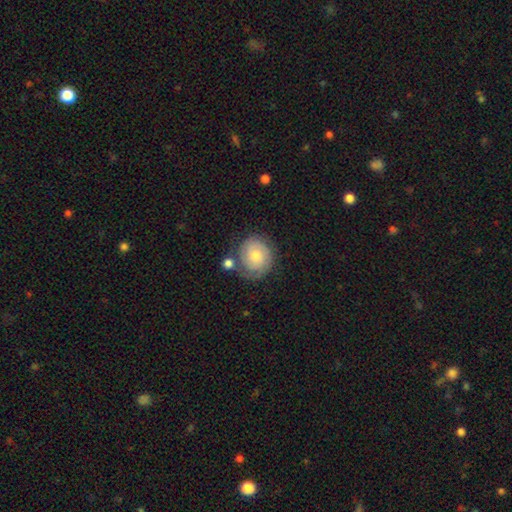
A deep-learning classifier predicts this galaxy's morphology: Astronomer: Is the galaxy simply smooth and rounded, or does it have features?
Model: featured or disk — 69%.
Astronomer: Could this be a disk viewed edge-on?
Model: no — 98%.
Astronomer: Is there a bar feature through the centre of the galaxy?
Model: no — 77%.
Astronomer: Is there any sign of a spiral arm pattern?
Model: yes — 92%.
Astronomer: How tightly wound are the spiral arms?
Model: tight — 75%.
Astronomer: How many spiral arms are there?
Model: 2 — 59%.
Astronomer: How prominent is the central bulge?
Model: moderate — 59% (runner-up: small, 34%).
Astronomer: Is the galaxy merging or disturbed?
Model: none — 68%.